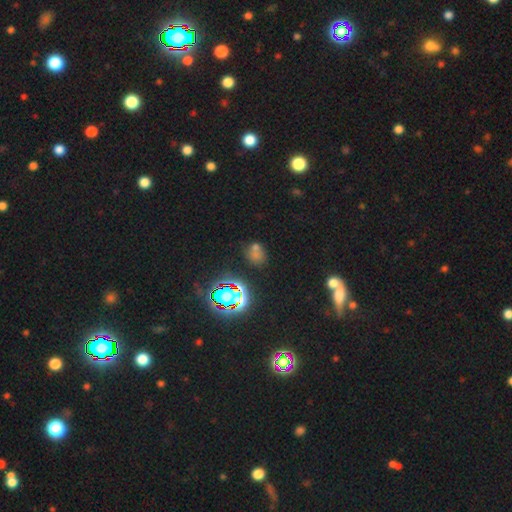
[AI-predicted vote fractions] Morphology: type=star or artifact (49%).